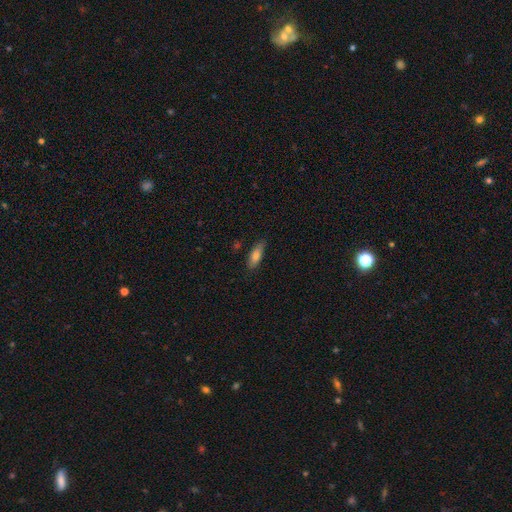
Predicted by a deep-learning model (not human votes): A smooth galaxy with no disk features (75%) that is in between round and cigar-shaped (58%).

Vote fractions:
- Smooth or featured? smooth: 75% / featured or disk: 18% / star or artifact: 7%
- How rounded? in between: 58% / cigar-shaped: 40% / round: 2%
- Merging? none: 80% / minor disturbance: 16% / major disturbance: 3% / merger: 2%